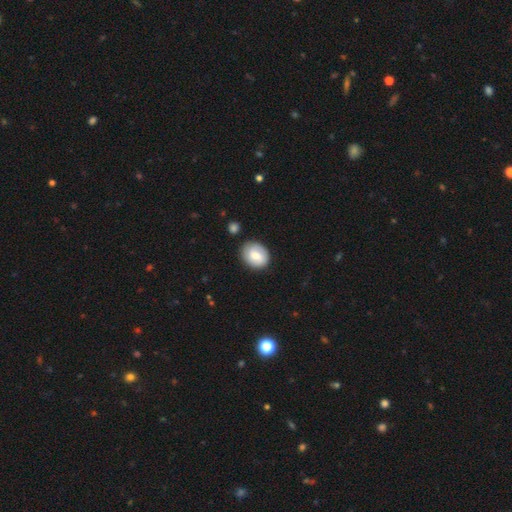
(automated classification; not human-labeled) smooth-or-featured: smooth: 73% | featured or disk: 20% | star or artifact: 7%
  how-rounded: round: 52% | in between: 47% | cigar-shaped: 1%
  merging: none: 81% | minor disturbance: 13% | major disturbance: 3% | merger: 3%